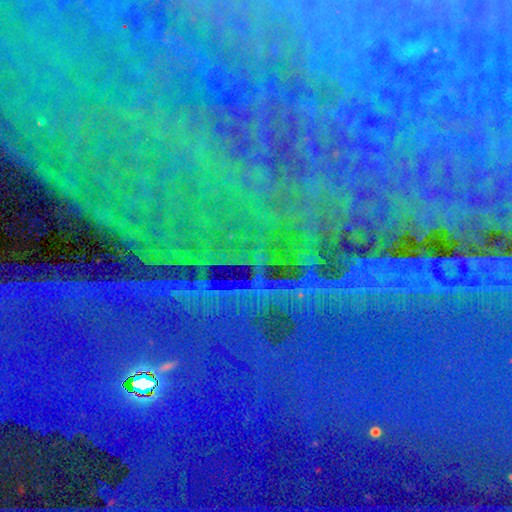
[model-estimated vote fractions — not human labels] Smooth or featured: star or artifact — 86% (featured or disk — 7%)